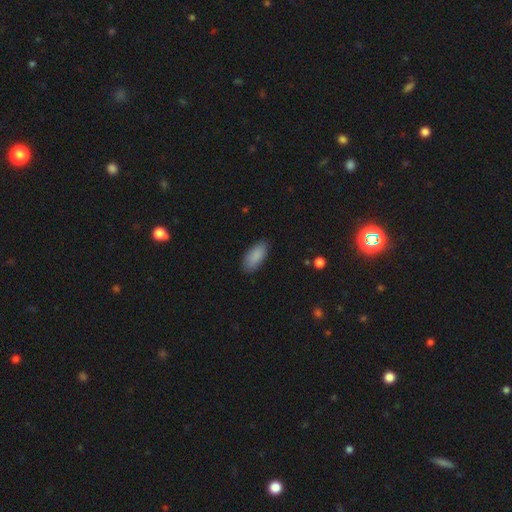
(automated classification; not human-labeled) Overall: smooth (89%). How rounded: in between (89%). Merging: none (86%).